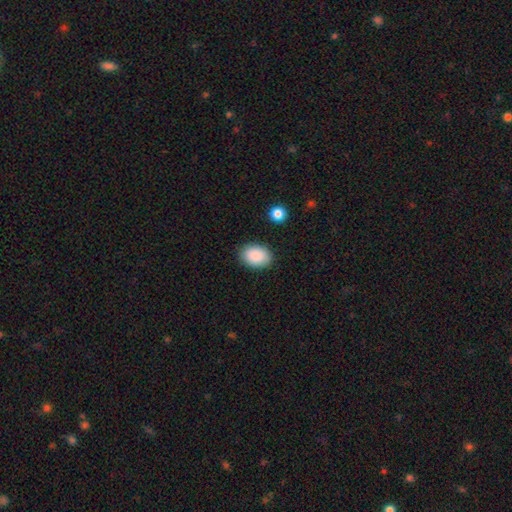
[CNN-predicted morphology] This appears to be a smooth galaxy with no disk features (90%) that is in between round and cigar-shaped (82%). Merging: none (87%).